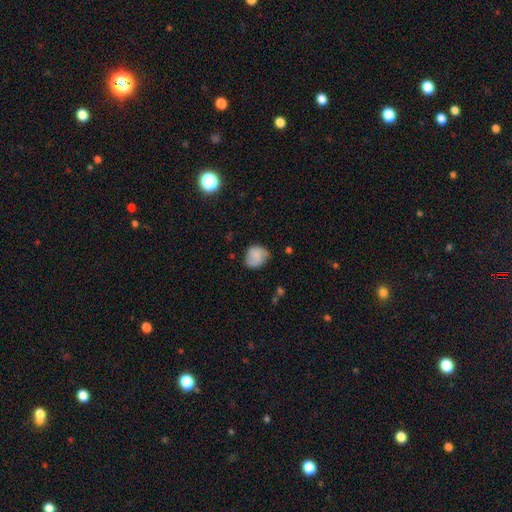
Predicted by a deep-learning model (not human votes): smooth_or_featured: smooth (p=0.77) [alt: featured or disk p=0.15]
how_rounded: round (p=0.68) [alt: in between p=0.31]
merging: none (p=0.64) [alt: minor disturbance p=0.28]